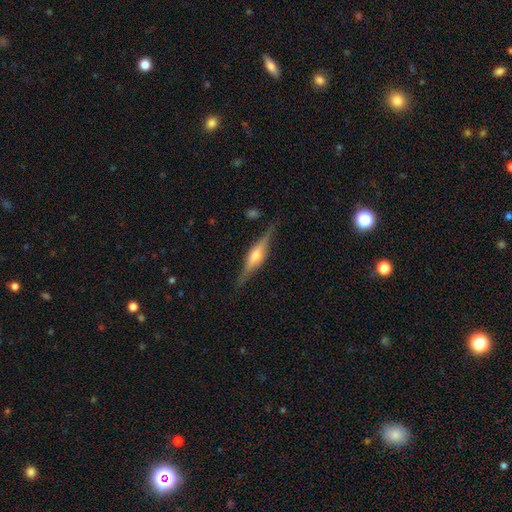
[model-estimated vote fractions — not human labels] featured or disk 77%, smooth 17%, star or artifact 6%. Down the decision tree: edge-on disk — yes (97%); edge-on bulge — rounded (86%); merging — none (86%).